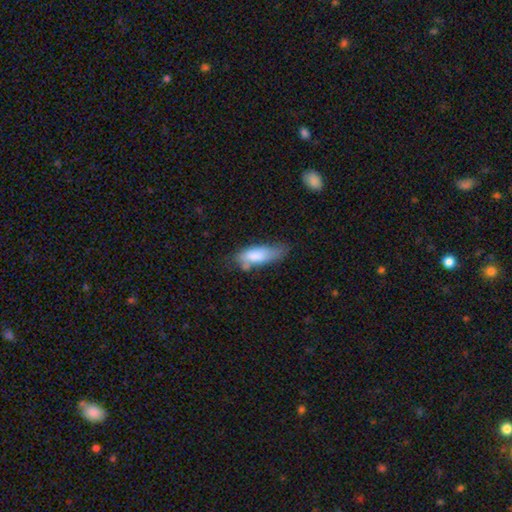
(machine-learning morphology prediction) smooth-or-featured: smooth: 77% | featured or disk: 16% | star or artifact: 7%
  how-rounded: in between: 70% | cigar-shaped: 27% | round: 2%
  merging: minor disturbance: 37% | none: 36% | major disturbance: 18% | merger: 10%